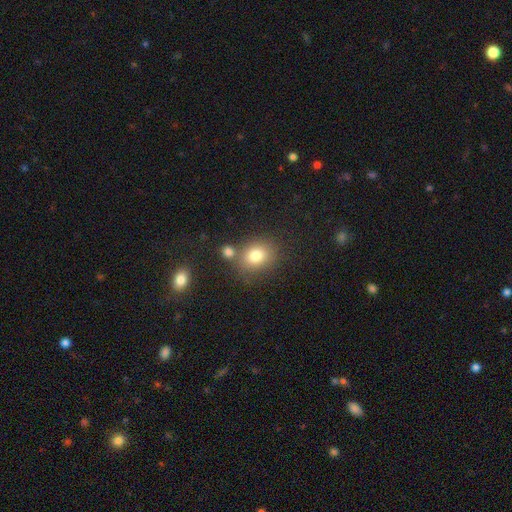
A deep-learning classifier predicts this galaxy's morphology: type=smooth (79%); roundness=round (56%); merging=none (65%).